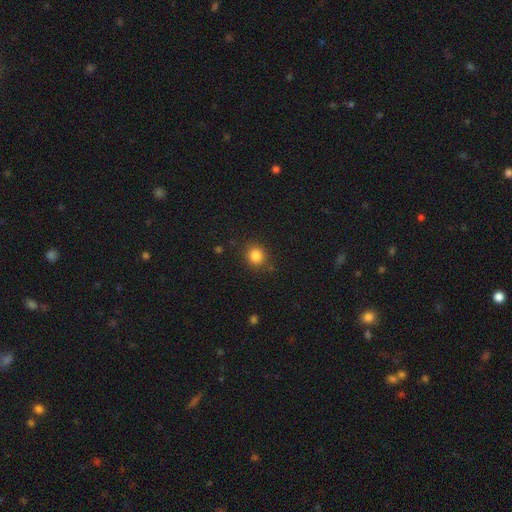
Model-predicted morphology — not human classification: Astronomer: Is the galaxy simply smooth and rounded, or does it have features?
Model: smooth — 84%.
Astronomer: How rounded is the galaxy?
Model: round — 86%.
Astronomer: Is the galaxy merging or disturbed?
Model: none — 86%.